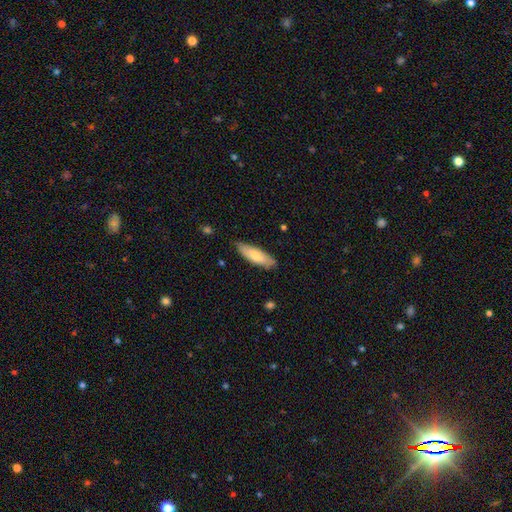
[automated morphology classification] Smooth or featured? Predicted: smooth (p=0.74). How rounded? Predicted: in between (p=0.53). Merging? Predicted: none (p=0.80).